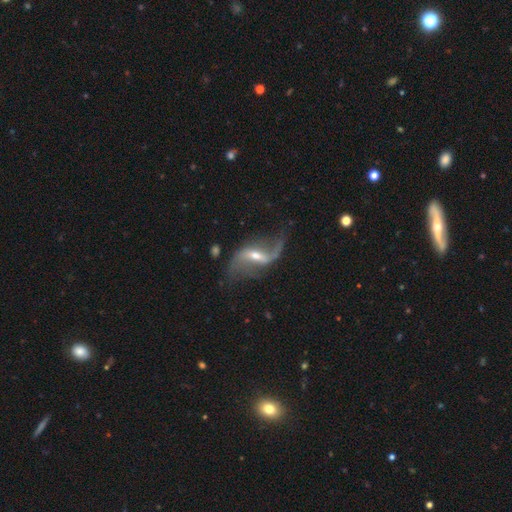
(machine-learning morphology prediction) This appears to be a featured or disk galaxy (87%) with a strong bar (45%), 2 (88%) loose (89%) spiral arms (93%) and a moderate central bulge (50%). Merging: none (60%).